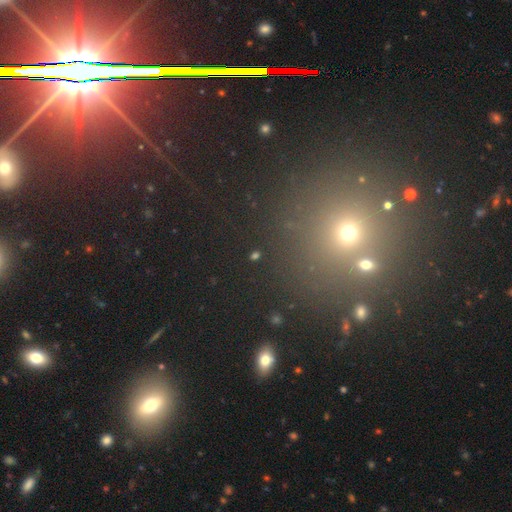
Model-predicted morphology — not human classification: The model was most divided on "smooth or featured": star or artifact: 56%, smooth: 35%, featured or disk: 9%.